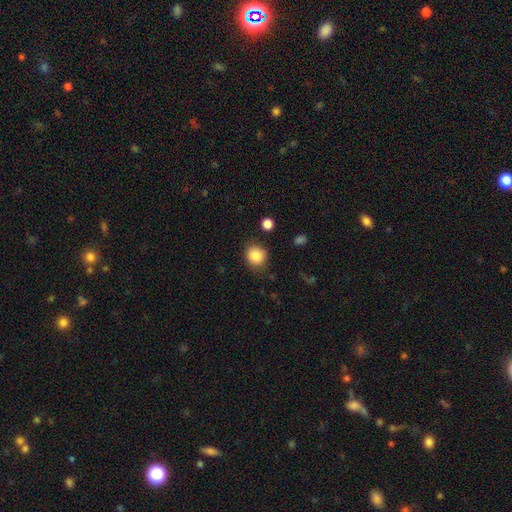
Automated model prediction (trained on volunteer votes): Q: Smooth or featured?
A: smooth (86%); runner-up: star or artifact (9%)
Q: How rounded?
A: round (82%); runner-up: in between (17%)
Q: Merging?
A: none (80%); runner-up: minor disturbance (13%)